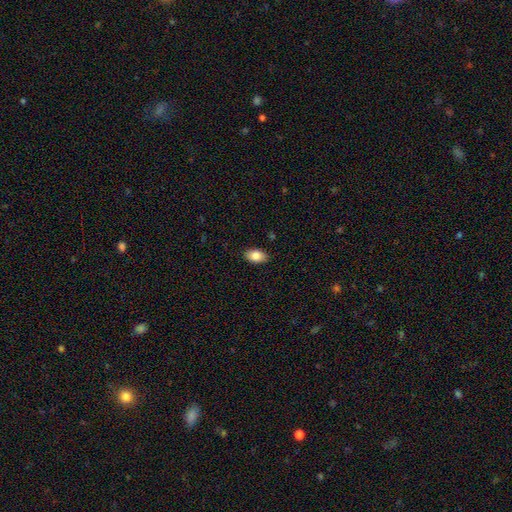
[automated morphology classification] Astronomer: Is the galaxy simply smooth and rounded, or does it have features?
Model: smooth — 85%.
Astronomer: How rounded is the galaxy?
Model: in between — 90%.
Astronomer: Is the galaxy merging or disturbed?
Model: none — 87%.